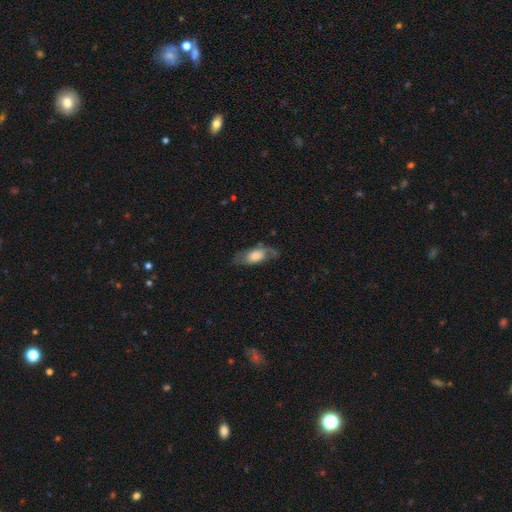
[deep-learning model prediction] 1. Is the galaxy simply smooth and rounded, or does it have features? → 47% smooth, 46% featured or disk, 7% star or artifact.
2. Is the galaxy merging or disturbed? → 62% none, 22% minor disturbance, 14% major disturbance, 2% merger.